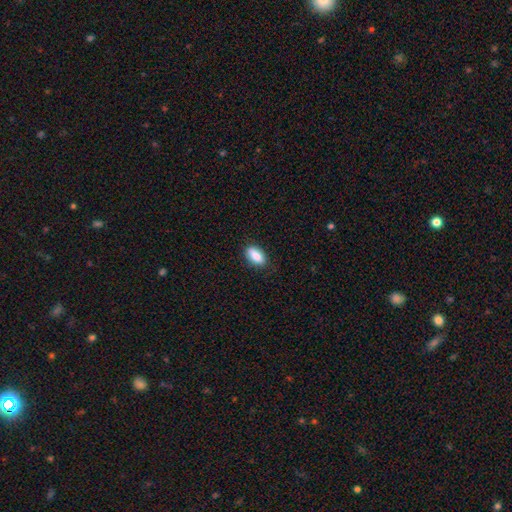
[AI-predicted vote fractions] This is clearly a smooth galaxy (85%). How rounded: clearly in between (87%). Merging: clearly none (81%).